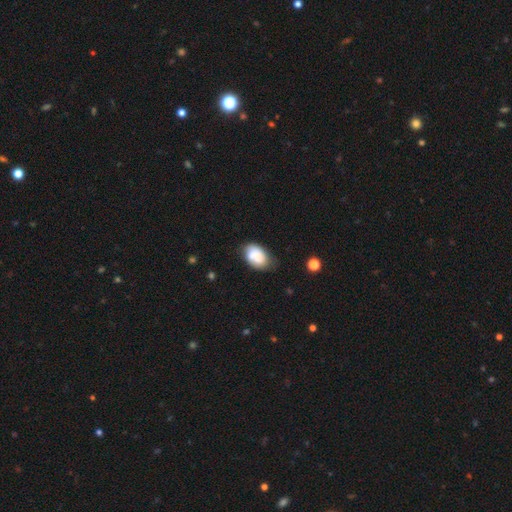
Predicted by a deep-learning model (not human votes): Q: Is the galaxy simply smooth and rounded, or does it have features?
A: smooth — 70%.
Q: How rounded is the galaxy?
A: in between — 87%.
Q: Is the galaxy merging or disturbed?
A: none — 54%.